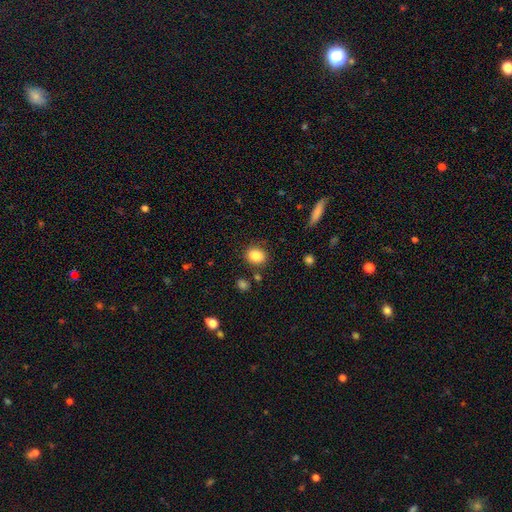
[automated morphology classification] Smooth or featured?
  - smooth: 85% *
  - star or artifact: 9%
  - featured or disk: 6%
How rounded?
  - round: 50% *
  - in between: 49%
  - cigar-shaped: 1%
Merging?
  - none: 83% *
  - minor disturbance: 11%
  - major disturbance: 3%
  - merger: 3%